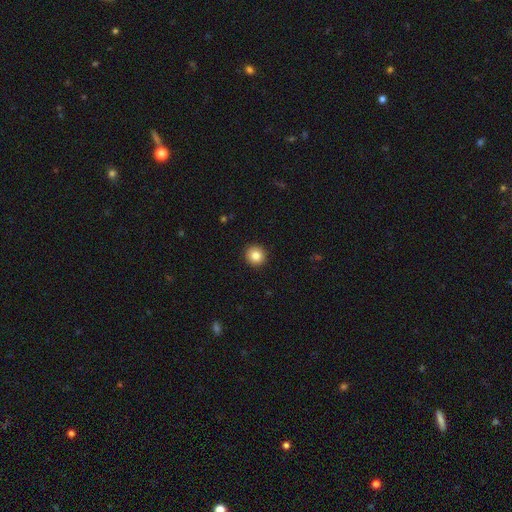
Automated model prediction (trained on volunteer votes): This appears to be a smooth galaxy with no disk features (84%) that is round (93%). Merging: none (93%).